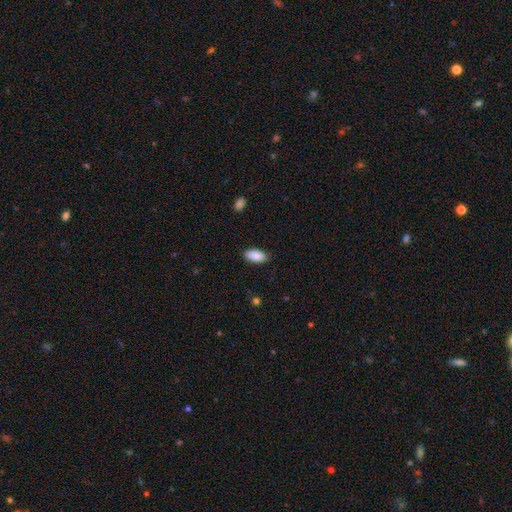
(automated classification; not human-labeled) Smooth or featured? Predicted: smooth (p=0.89). How rounded? Predicted: in between (p=0.91). Merging? Predicted: none (p=0.85).